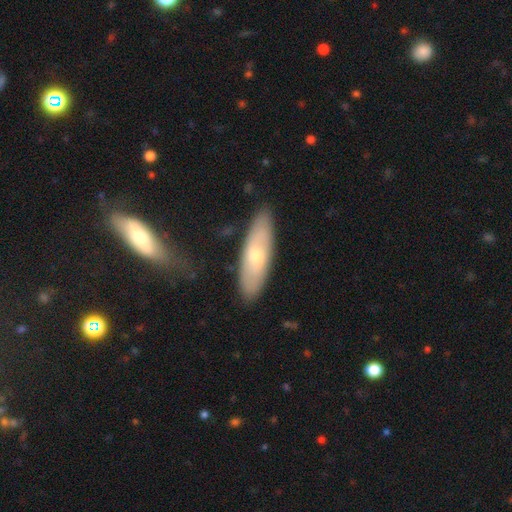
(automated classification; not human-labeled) Morphology: type=smooth (60%); roundness=in between (52%); merging=none (82%).